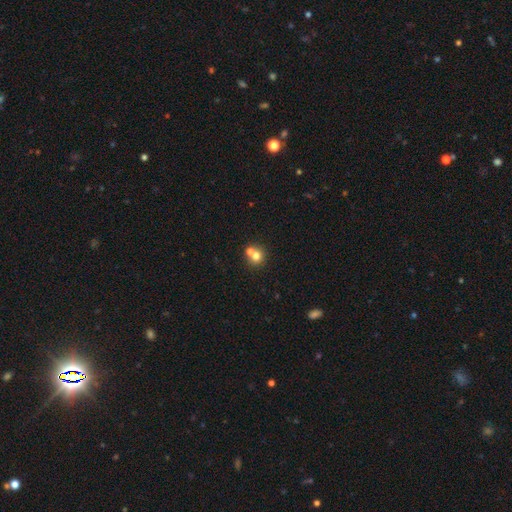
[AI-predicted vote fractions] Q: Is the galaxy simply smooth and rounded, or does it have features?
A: smooth — 71%.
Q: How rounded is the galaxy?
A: round — 85%.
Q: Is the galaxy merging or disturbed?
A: none — 46%.